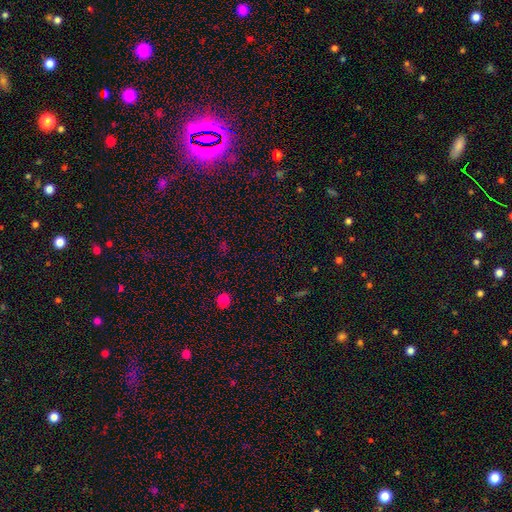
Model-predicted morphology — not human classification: This is likely a star or artifact rather than a galaxy (63%).